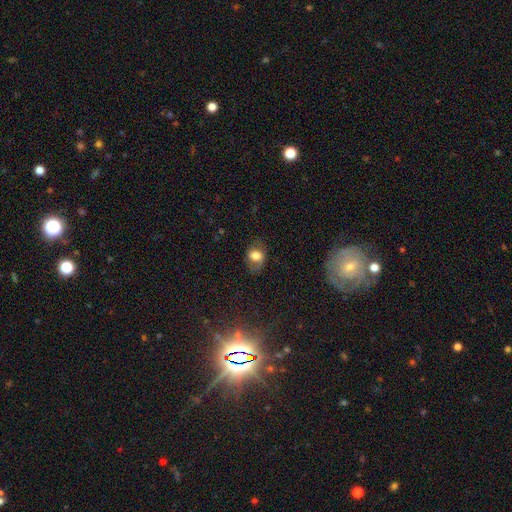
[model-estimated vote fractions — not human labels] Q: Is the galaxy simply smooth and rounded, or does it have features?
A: smooth — 74%.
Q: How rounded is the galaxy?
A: in between — 60%.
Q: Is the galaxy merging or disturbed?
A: none — 67%.